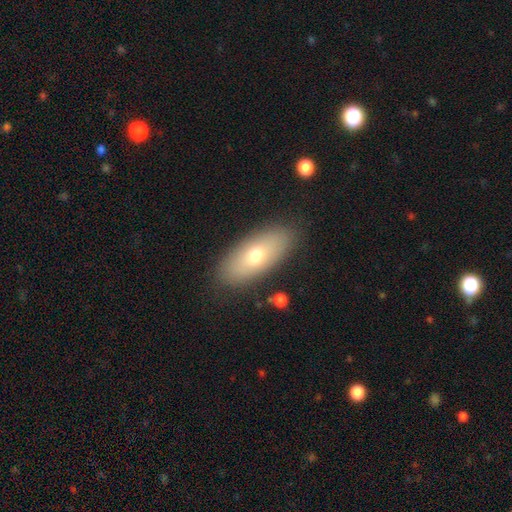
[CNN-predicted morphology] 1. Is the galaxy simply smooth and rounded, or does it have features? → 66% smooth, 27% featured or disk, 7% star or artifact.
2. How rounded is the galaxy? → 83% in between, 13% cigar-shaped, 3% round.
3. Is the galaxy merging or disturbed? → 86% none, 10% minor disturbance, 3% major disturbance, 2% merger.